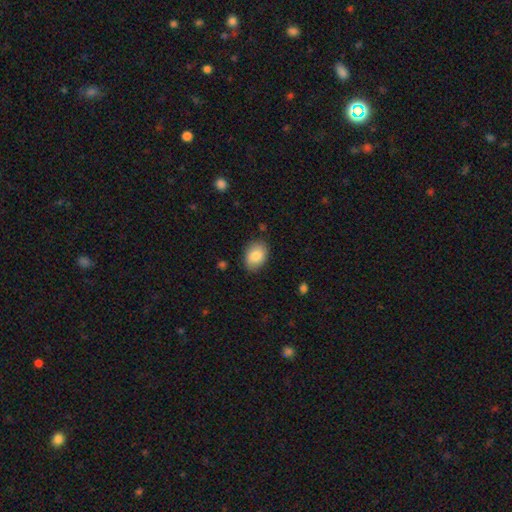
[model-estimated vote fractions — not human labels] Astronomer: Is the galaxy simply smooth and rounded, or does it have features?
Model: smooth — 84%.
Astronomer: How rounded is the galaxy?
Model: in between — 77%.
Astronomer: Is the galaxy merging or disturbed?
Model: none — 84%.